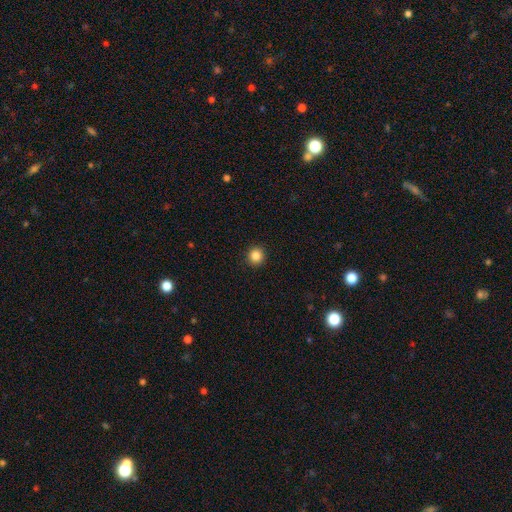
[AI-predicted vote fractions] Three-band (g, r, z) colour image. It shows a smooth galaxy with no disk features (85%) that is round (94%). Merging: none (93%).